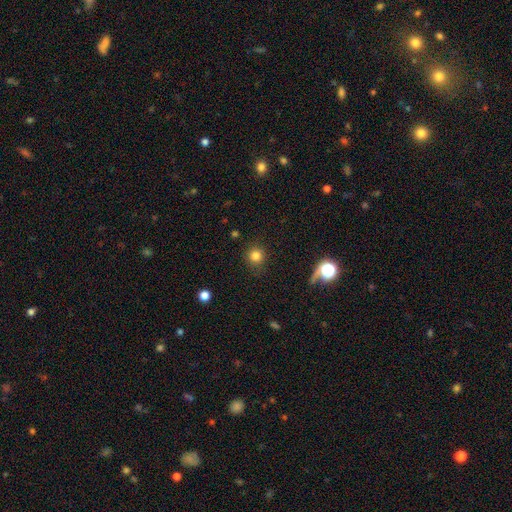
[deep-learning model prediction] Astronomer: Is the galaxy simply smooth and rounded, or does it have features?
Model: smooth — 82%.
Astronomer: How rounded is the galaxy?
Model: round — 91%.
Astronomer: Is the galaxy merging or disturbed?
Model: none — 87%.